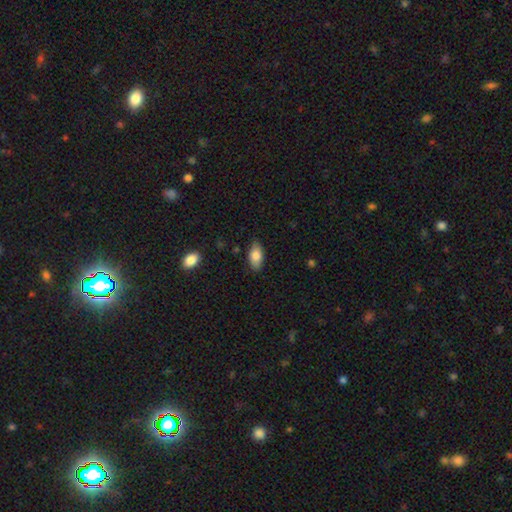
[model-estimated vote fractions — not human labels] Overall: smooth (83%). How rounded: in between (91%). Merging: none (81%).